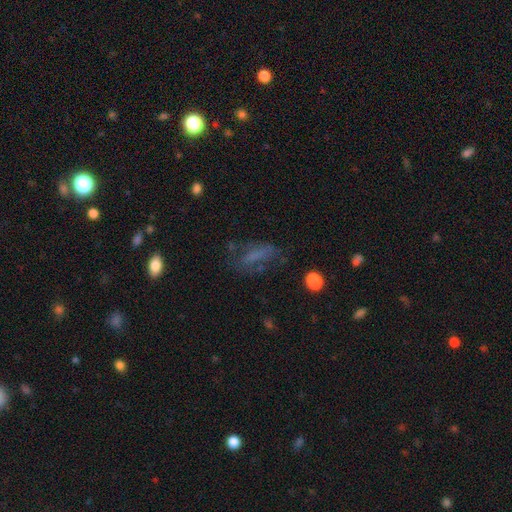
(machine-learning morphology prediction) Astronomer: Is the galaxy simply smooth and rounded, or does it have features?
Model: smooth — 52% (runner-up: featured or disk, 29%).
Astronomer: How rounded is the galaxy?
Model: in between — 61%.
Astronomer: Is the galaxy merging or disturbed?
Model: none — 53%.